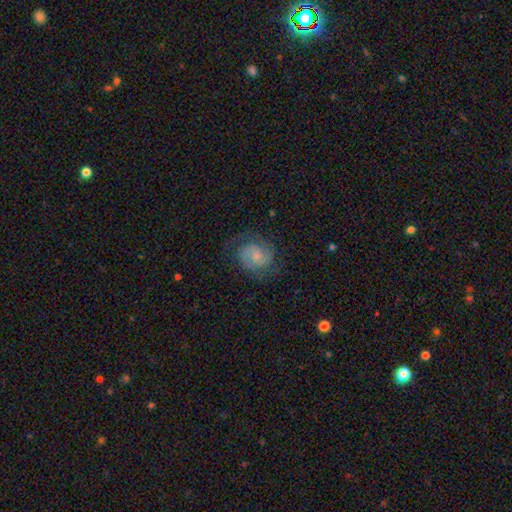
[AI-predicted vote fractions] Morphology: type=featured or disk (68%); edge-on=no (98%); bar=no (62%); spiral arms=yes (92%); winding=medium (46%); arm count=2 (80%); bulge=small (54%); merging=none (71%).